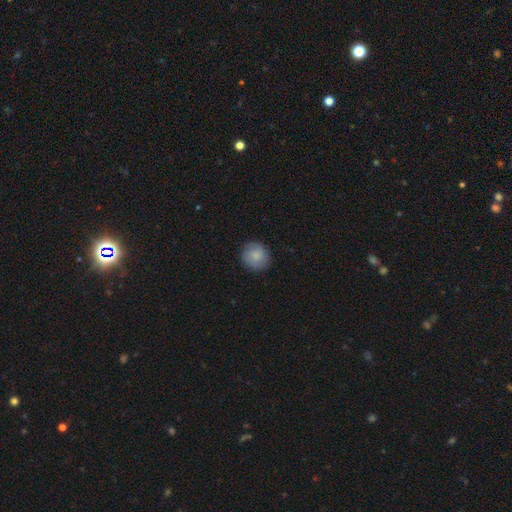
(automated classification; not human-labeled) This appears to be a smooth galaxy with no disk features (85%) that is round (85%). Merging: none (86%).